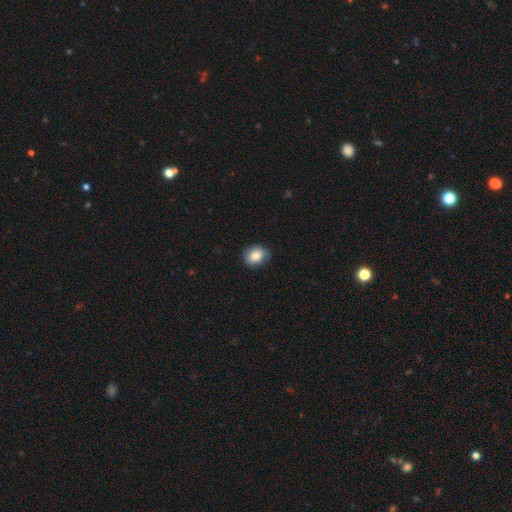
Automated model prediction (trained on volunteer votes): smooth 85%, star or artifact 8%, featured or disk 7%. Down the decision tree: how rounded — round (56%); merging — none (79%).